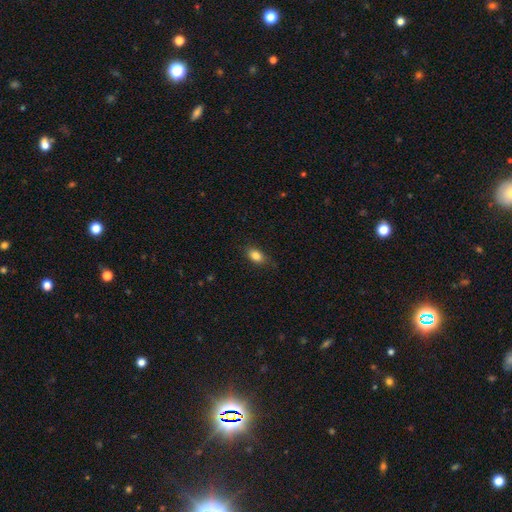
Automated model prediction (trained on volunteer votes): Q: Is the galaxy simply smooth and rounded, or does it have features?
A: smooth — 85%.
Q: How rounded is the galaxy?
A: in between — 85%.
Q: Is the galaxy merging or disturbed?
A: none — 82%.